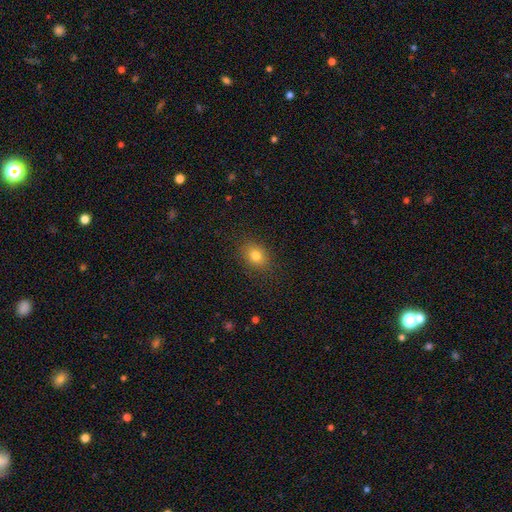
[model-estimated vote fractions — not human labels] Smooth or featured? smooth (80%)
How rounded? round (50%)
Merging? none (87%)